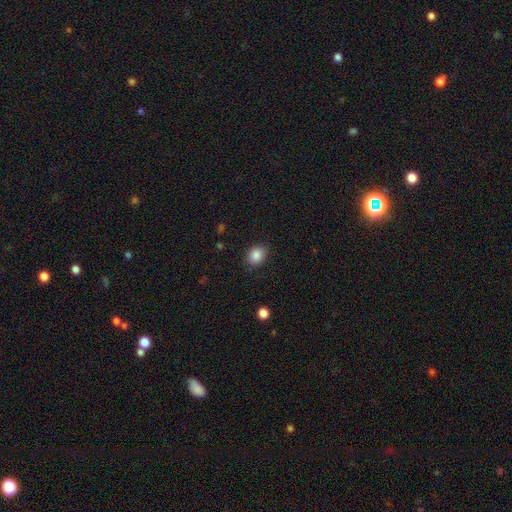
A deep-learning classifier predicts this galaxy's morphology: The model was most divided on "how rounded": in between: 54%, round: 45%, cigar-shaped: 1%. More confident: smooth or featured — smooth (86%); merging — none (86%).